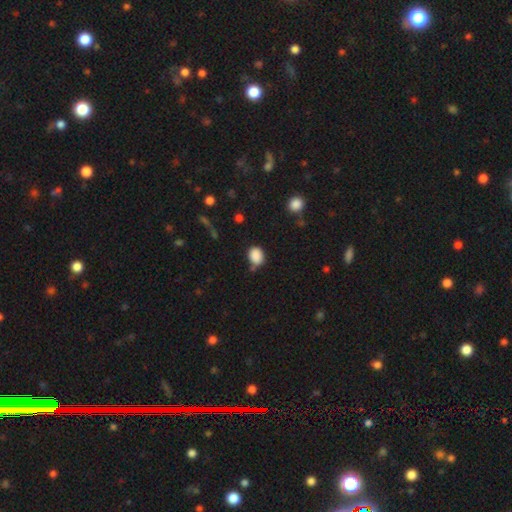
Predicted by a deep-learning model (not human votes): Smooth or featured?
  - smooth: 87% *
  - star or artifact: 9%
  - featured or disk: 4%
How rounded?
  - in between: 57% *
  - round: 42%
  - cigar-shaped: 1%
Merging?
  - none: 72% *
  - minor disturbance: 17%
  - merger: 6%
  - major disturbance: 5%